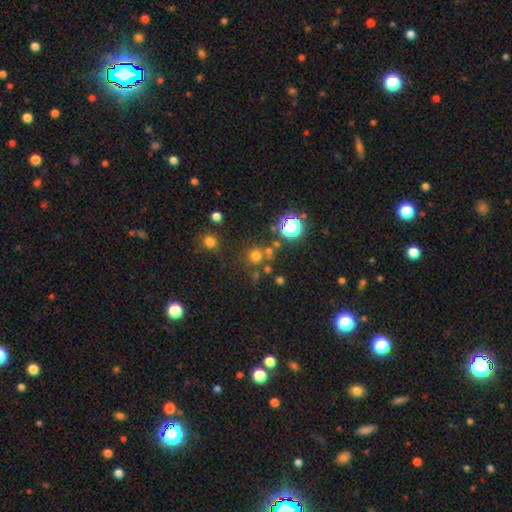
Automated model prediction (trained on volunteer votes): Smooth or featured? smooth (65%)
How rounded? round (92%)
Merging? none (73%)